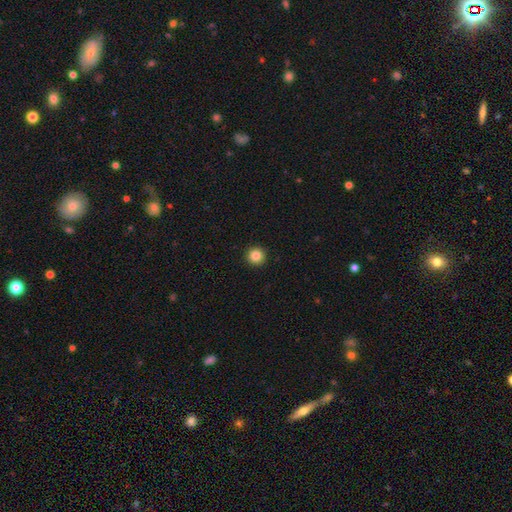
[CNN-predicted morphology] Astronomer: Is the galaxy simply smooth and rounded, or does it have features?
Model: smooth — 85%.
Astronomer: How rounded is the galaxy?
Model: round — 96%.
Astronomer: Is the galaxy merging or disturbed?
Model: none — 94%.